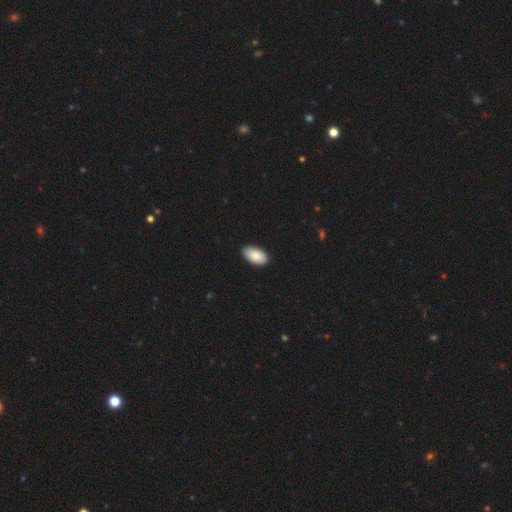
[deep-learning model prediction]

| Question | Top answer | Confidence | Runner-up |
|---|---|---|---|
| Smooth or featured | smooth | 84% | featured or disk (10%) |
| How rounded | in between | 96% | round (3%) |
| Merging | none | 88% | minor disturbance (10%) |